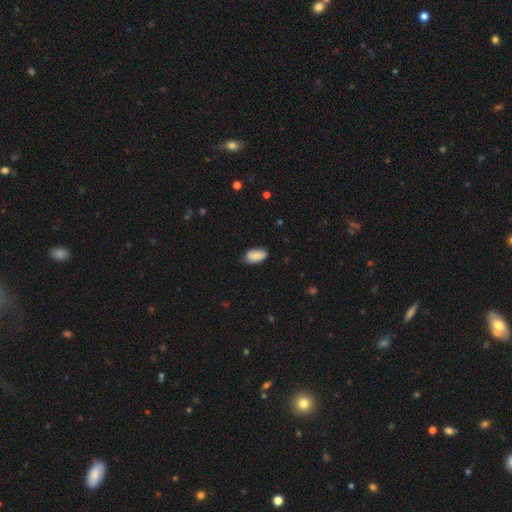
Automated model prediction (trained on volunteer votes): Q: Smooth or featured?
A: smooth (88%); runner-up: star or artifact (7%)
Q: How rounded?
A: in between (94%); runner-up: round (3%)
Q: Merging?
A: none (76%); runner-up: minor disturbance (20%)